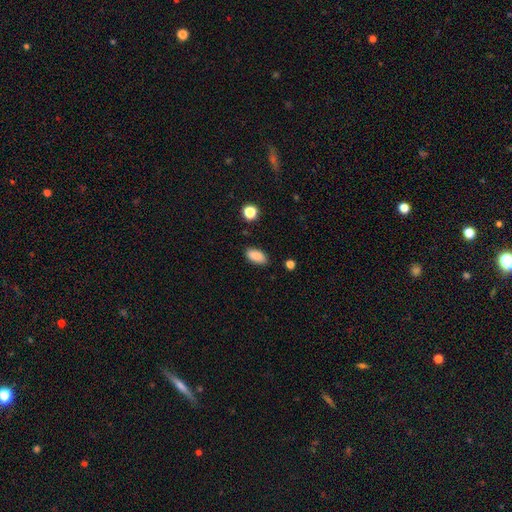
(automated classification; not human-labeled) Smooth or featured? smooth (88%)
How rounded? in between (91%)
Merging? none (85%)